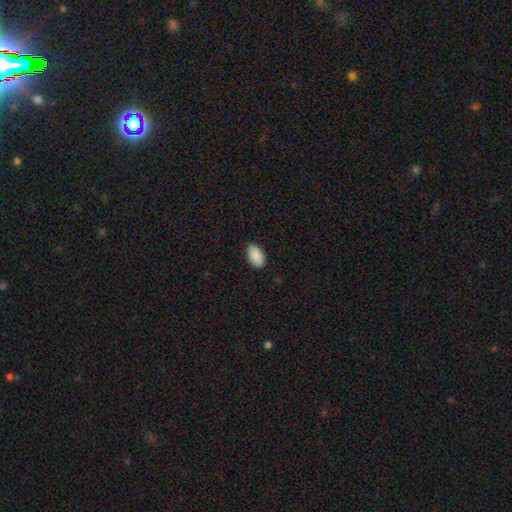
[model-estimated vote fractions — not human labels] The model was most divided on "merging": none: 85%, minor disturbance: 12%, major disturbance: 2%, merger: 1%. More confident: how rounded — in between (95%); smooth or featured — smooth (90%).